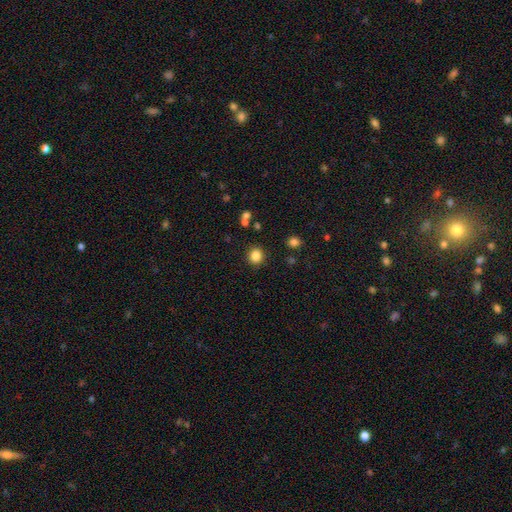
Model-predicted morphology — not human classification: Smooth or featured?
  - smooth: 84% *
  - star or artifact: 11%
  - featured or disk: 5%
How rounded?
  - round: 83% *
  - in between: 16%
  - cigar-shaped: 1%
Merging?
  - none: 88% *
  - minor disturbance: 7%
  - major disturbance: 3%
  - merger: 2%